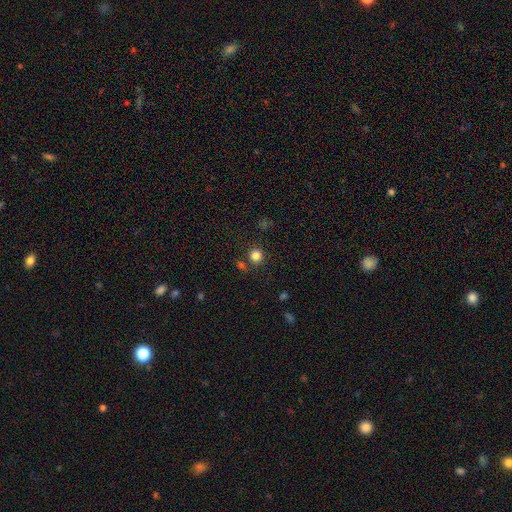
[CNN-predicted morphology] smooth_or_featured: smooth (p=0.82) [alt: star or artifact p=0.13]
how_rounded: round (p=0.90) [alt: in between p=0.09]
merging: none (p=0.79) [alt: merger p=0.09]